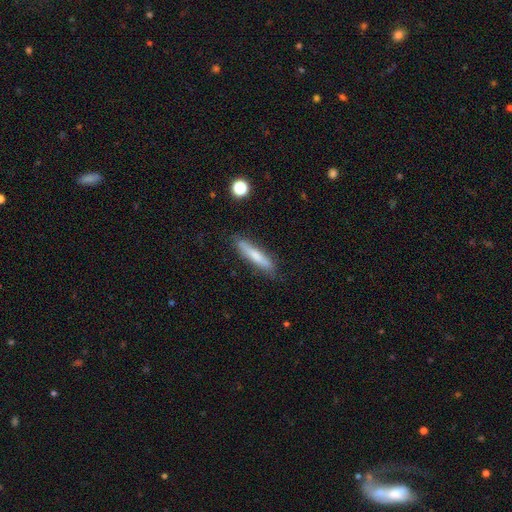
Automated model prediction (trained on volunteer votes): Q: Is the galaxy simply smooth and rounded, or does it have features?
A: smooth — 64%.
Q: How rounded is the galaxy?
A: cigar-shaped — 90%.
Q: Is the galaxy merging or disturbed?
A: none — 83%.